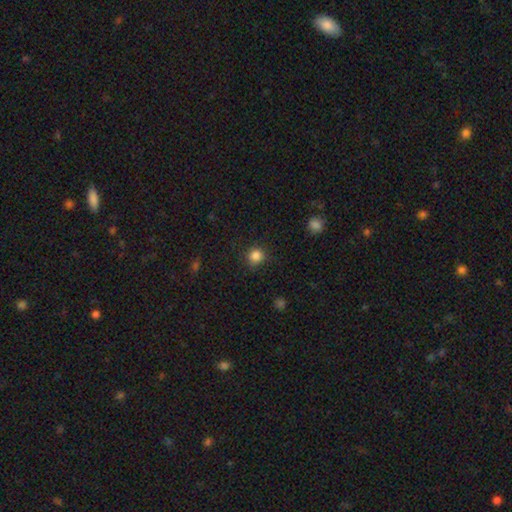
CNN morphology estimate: Smooth or featured? Predicted: smooth (p=0.84). How rounded? Predicted: round (p=0.91). Merging? Predicted: none (p=0.87).